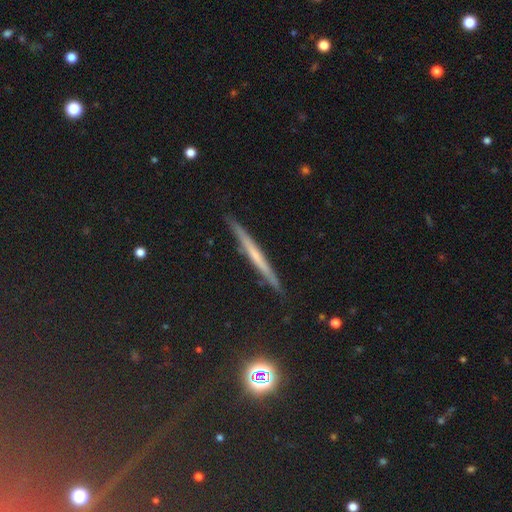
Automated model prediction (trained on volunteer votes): Smooth or featured? featured or disk (54%)
Edge-on disk? yes (96%)
Edge-on bulge? none (73%)
Merging? none (89%)